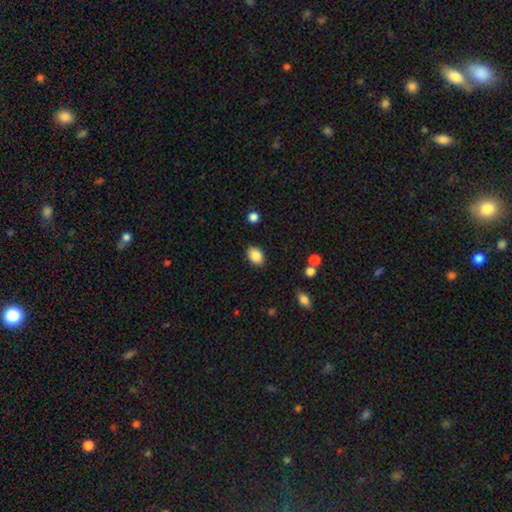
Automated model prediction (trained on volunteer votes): Smooth or featured?
  - smooth: 86% *
  - star or artifact: 8%
  - featured or disk: 6%
How rounded?
  - in between: 79% *
  - round: 20%
  - cigar-shaped: 1%
Merging?
  - none: 87% *
  - minor disturbance: 9%
  - major disturbance: 2%
  - merger: 2%